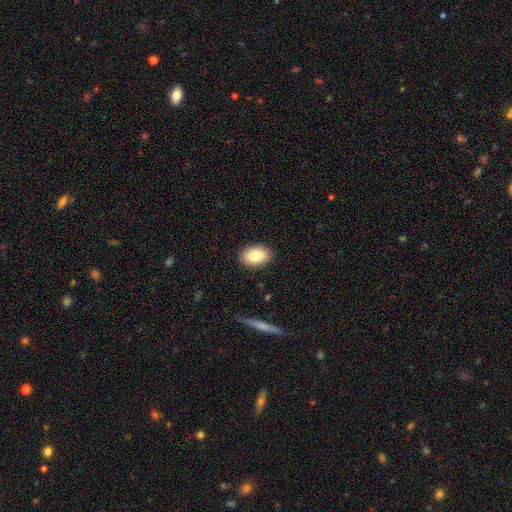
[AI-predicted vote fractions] A smooth galaxy with no disk features (82%) that is in between round and cigar-shaped (87%). Merging: none (89%).